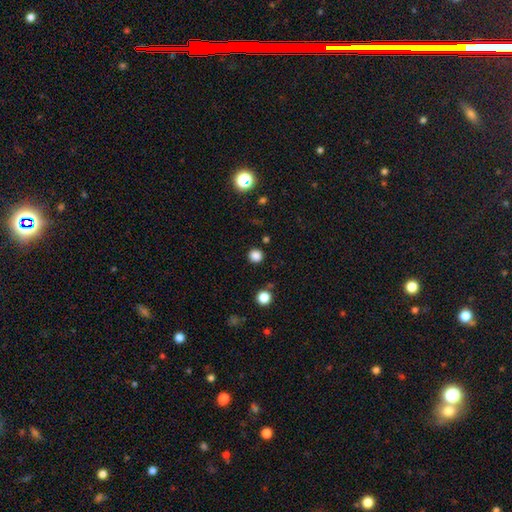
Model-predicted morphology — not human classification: The model was most divided on "smooth or featured": smooth: 83%, star or artifact: 14%, featured or disk: 3%. More confident: how rounded — round (93%); merging — none (90%).